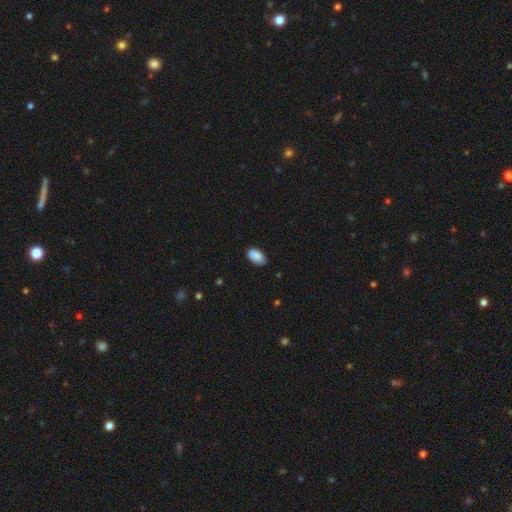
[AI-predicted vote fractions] The model was most divided on "merging": none: 79%, minor disturbance: 17%, major disturbance: 2%, merger: 1%. More confident: how rounded — in between (95%); smooth or featured — smooth (88%).